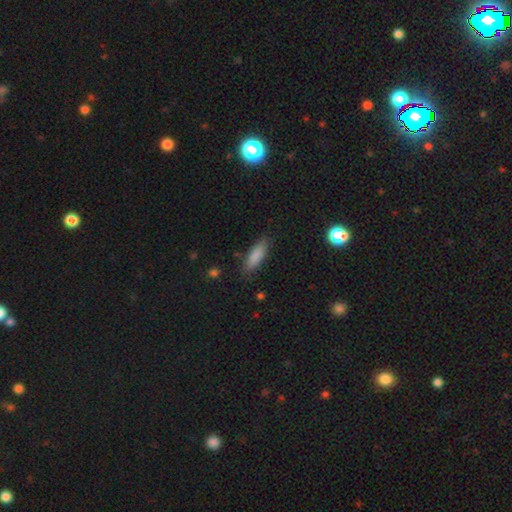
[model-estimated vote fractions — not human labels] Smooth or featured?
  - smooth: 85% *
  - featured or disk: 8%
  - star or artifact: 7%
How rounded?
  - in between: 53% *
  - cigar-shaped: 46%
  - round: 2%
Merging?
  - none: 83% *
  - minor disturbance: 12%
  - major disturbance: 3%
  - merger: 2%